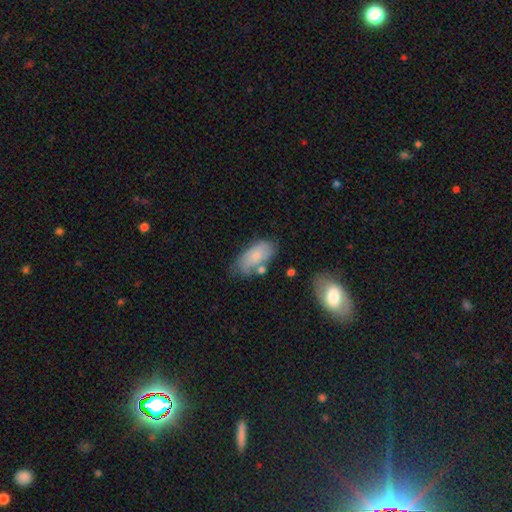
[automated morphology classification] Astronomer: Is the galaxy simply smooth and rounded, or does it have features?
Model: smooth — 72%.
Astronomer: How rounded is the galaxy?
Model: in between — 92%.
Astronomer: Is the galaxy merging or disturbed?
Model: none — 49% (runner-up: minor disturbance, 29%).